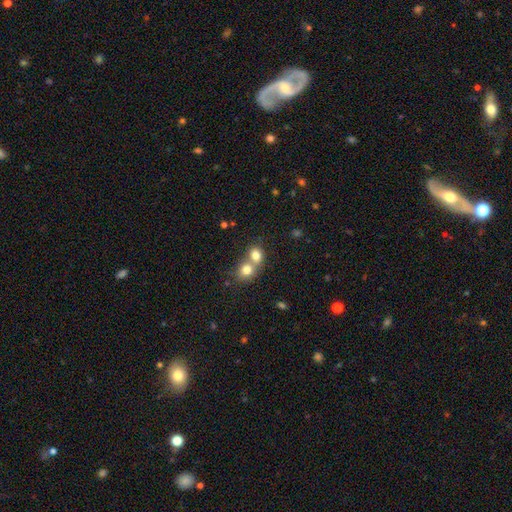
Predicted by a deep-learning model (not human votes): Smooth or featured? smooth (78%)
How rounded? round (63%)
Merging? merger (63%)